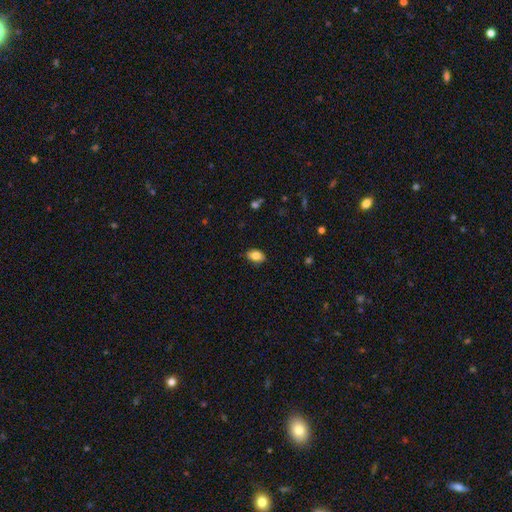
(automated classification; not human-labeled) A smooth galaxy with no disk features (84%) that is in between round and cigar-shaped (86%). Merging: none (86%).